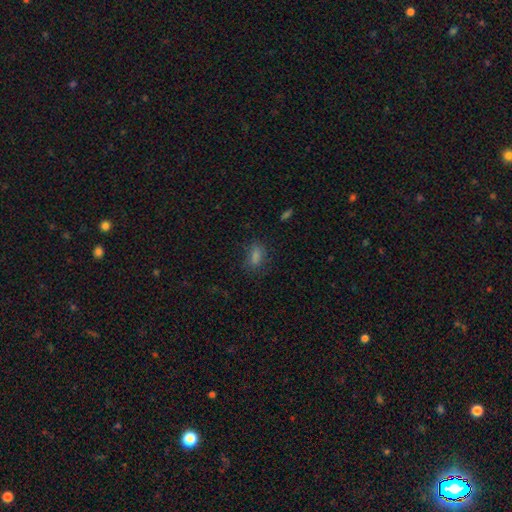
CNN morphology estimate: A smooth galaxy with no disk features (71%) that is in between round and cigar-shaped (76%). Merging: none (76%).